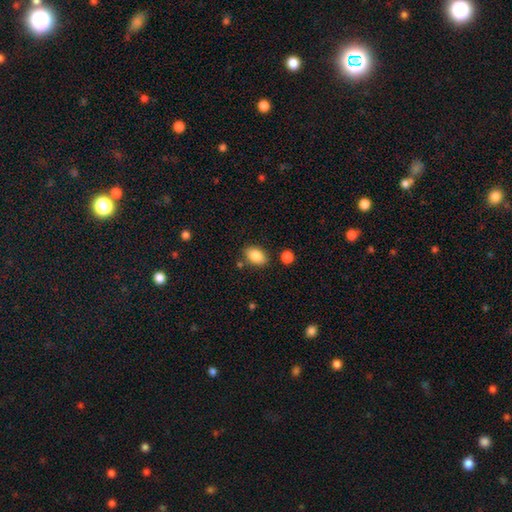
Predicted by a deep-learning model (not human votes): Morphology: type=smooth (87%); roundness=in between (87%); merging=none (81%).